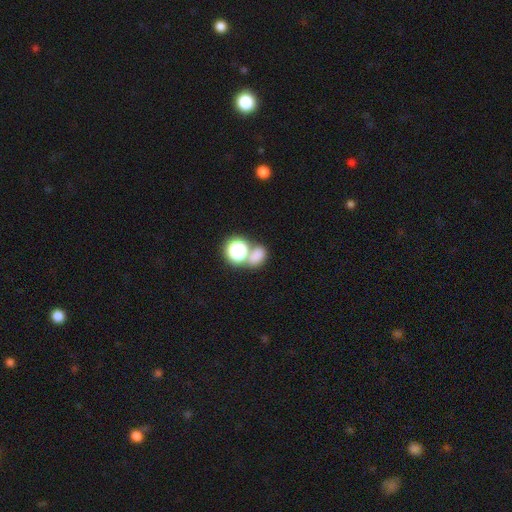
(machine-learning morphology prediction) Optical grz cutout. It shows a smooth galaxy with no disk features (68%) that is in between round and cigar-shaped (52%). Merging: none (45%).